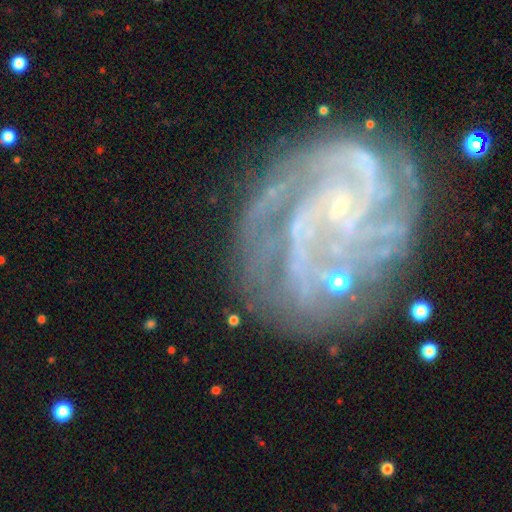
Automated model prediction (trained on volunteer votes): smooth-or-featured: featured or disk: 88% | star or artifact: 7% | smooth: 5%
  disk-edge-on: no: 98% | yes: 2%
    bar: no: 59% | weak: 31% | strong: 10%
    has-spiral-arms: yes: 97% | no: 3%
      spiral-winding: tight: 52% | medium: 39% | loose: 10%
      spiral-arm-count: 3: 26% | 4: 21% | can't tell: 18% | 2: 16% | more than 4: 10% | 1: 9%
    bulge-size: small: 79% | none: 12% | moderate: 6% | large: 1% | dominant: 1%
  merging: none: 61% | minor disturbance: 20% | major disturbance: 15% | merger: 4%